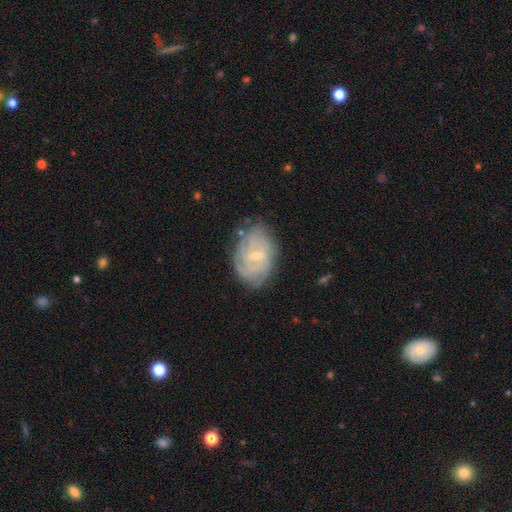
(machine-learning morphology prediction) Overall: featured or disk (78%). Edge-on disk: no (97%). Bar: no (47%; weak 44%). Spiral arms: yes (91%). Spiral arm count: can't tell (43%; 4 19%). Spiral winding: tight (65%; medium 27%). Bulge size: small (75%). Merging: none (72%).